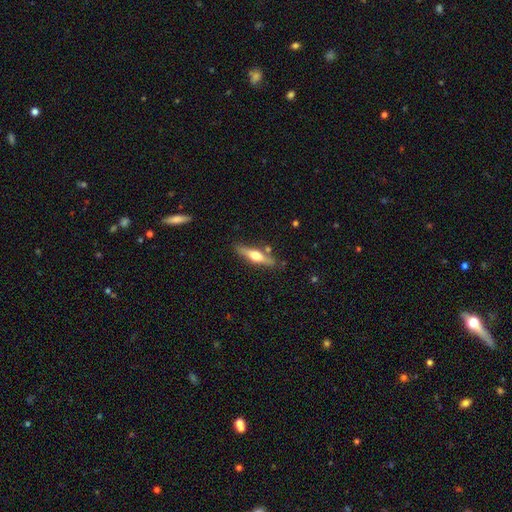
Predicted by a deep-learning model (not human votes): Smooth or featured? featured or disk (55%)
Edge-on disk? yes (93%)
Edge-on bulge? rounded (93%)
Merging? none (82%)